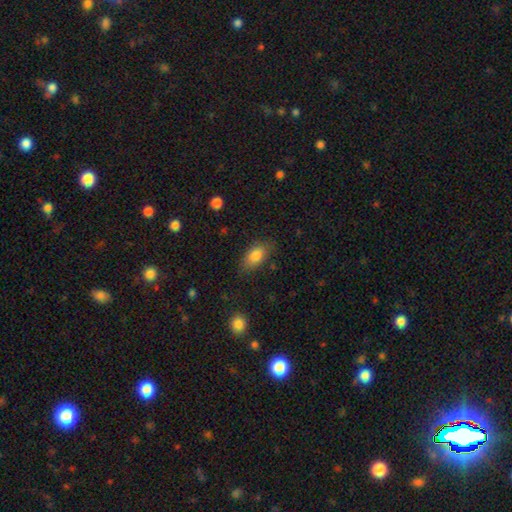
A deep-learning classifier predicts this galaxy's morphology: Smooth or featured? smooth (82%)
How rounded? in between (89%)
Merging? none (76%)